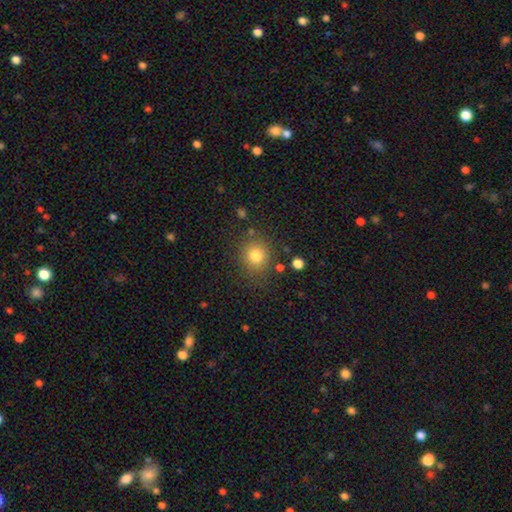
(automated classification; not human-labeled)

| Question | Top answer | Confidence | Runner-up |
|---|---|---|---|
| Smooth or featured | smooth | 80% | star or artifact (12%) |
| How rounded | round | 82% | in between (17%) |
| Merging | none | 81% | minor disturbance (11%) |